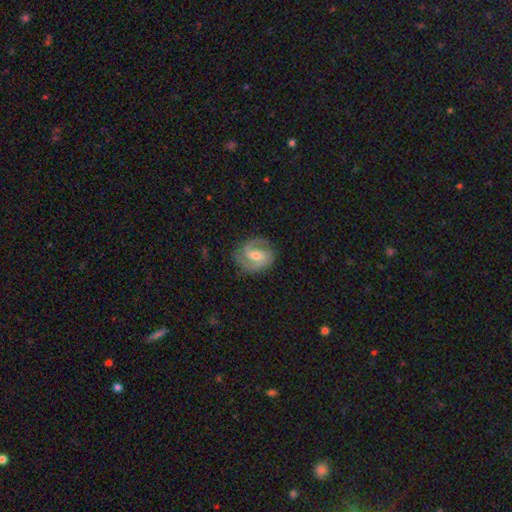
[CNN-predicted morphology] A featured or disk galaxy (82%) with a weak bar (50%), 2 (82%) medium (52%) spiral arms (96%) and a moderate central bulge (52%).

Vote fractions:
- Smooth or featured? featured or disk: 82% / smooth: 13% / star or artifact: 5%
- Edge-on disk? no: 98% / yes: 2%
- Bar? weak: 50% / no: 29% / strong: 20%
- Spiral arms? yes: 96% / no: 4%
- Spiral winding? medium: 52% / tight: 29% / loose: 19%
- Spiral arm count? 2: 82% / can't tell: 6% / 1: 5% / 3: 4% / 4: 1% / more than 4: 1%
- Bulge size? moderate: 52% / small: 42% / large: 3% / none: 2% / dominant: 1%
- Merging? none: 74% / minor disturbance: 18% / major disturbance: 7% / merger: 1%